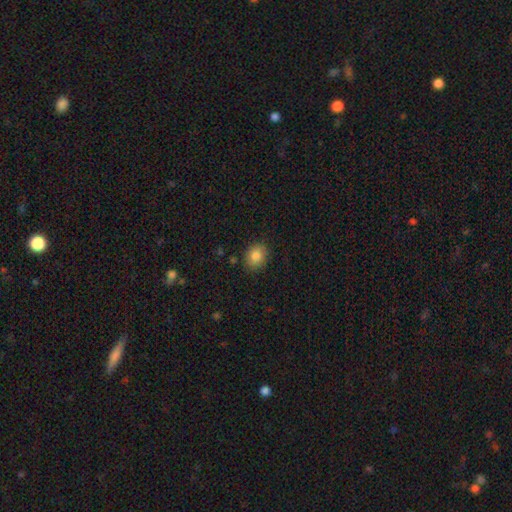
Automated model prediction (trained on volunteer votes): A smooth galaxy with no disk features (84%) that is round (52%).

Vote fractions:
- Smooth or featured? smooth: 84% / star or artifact: 10% / featured or disk: 7%
- How rounded? round: 52% / in between: 48% / cigar-shaped: 1%
- Merging? none: 85% / minor disturbance: 11% / major disturbance: 3% / merger: 1%